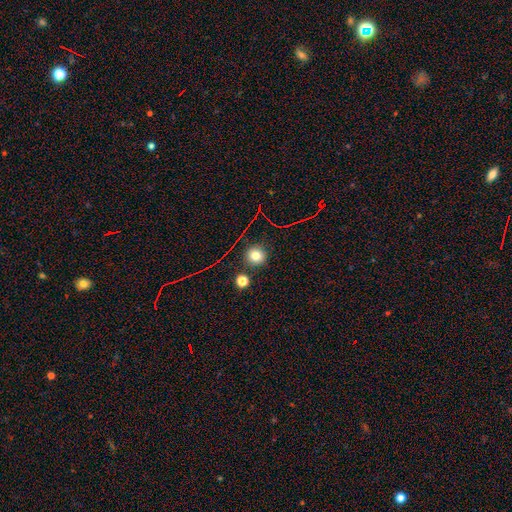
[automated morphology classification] Smooth or featured? Predicted: smooth (p=0.75). How rounded? Predicted: round (p=0.91). Merging? Predicted: none (p=0.84).